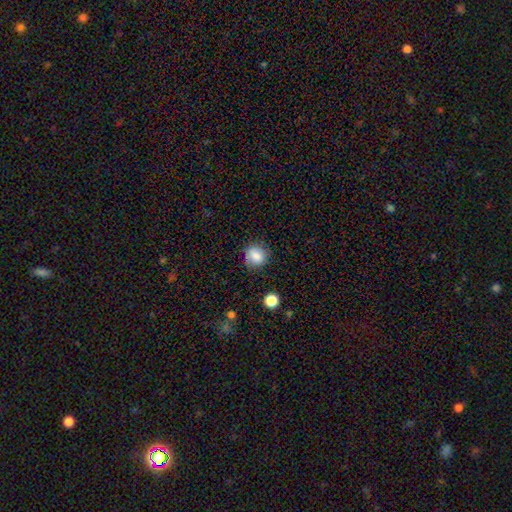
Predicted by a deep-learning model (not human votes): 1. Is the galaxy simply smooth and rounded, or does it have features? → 83% smooth, 10% star or artifact, 7% featured or disk.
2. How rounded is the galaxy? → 80% round, 19% in between, 1% cigar-shaped.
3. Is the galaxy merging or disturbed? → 79% none, 16% minor disturbance, 4% major disturbance, 2% merger.